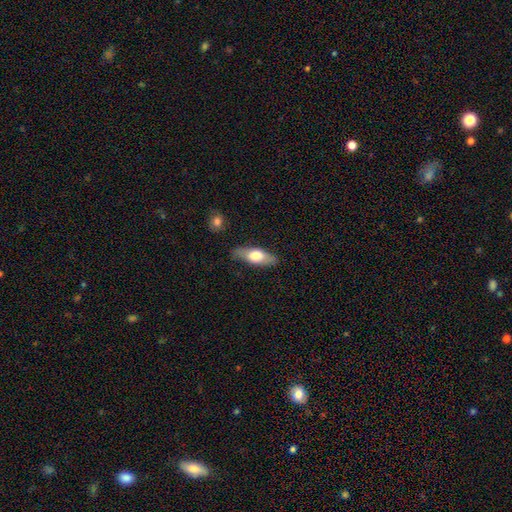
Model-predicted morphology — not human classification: This is possibly a smooth galaxy (59%). How rounded: likely in between (66%). Merging: likely none (79%).